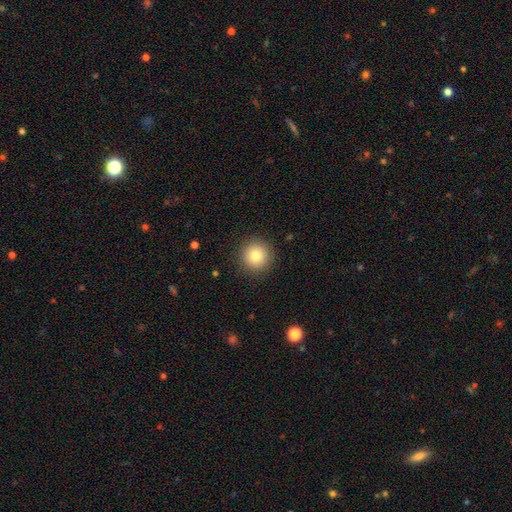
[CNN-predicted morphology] A smooth galaxy with no disk features (80%) that is round (95%).

Vote fractions:
- Smooth or featured? smooth: 80% / star or artifact: 10% / featured or disk: 9%
- How rounded? round: 95% / in between: 4% / cigar-shaped: 1%
- Merging? none: 91% / minor disturbance: 6% / major disturbance: 2% / merger: 1%